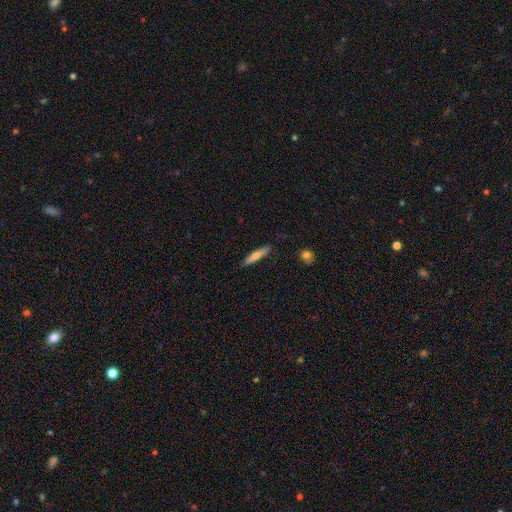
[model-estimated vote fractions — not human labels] Smooth or featured: smooth — 61% (featured or disk — 33%)
How rounded: cigar-shaped — 88% (in between — 10%)
Merging: none — 86% (minor disturbance — 10%)